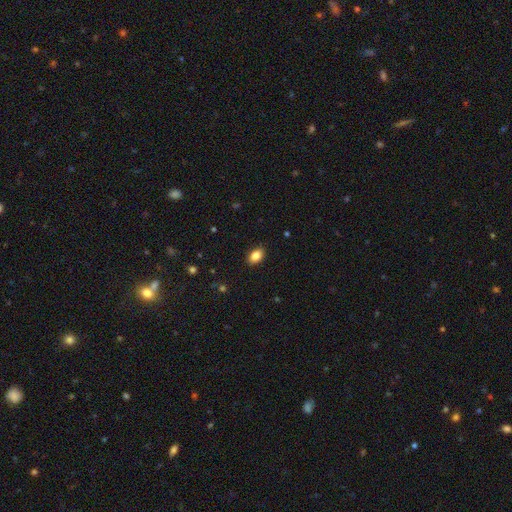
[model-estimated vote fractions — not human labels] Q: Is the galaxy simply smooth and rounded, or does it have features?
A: smooth — 85%.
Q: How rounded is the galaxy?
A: in between — 88%.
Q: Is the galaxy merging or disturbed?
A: none — 89%.